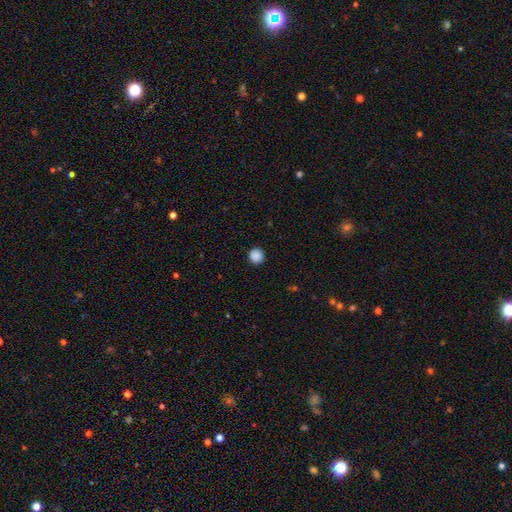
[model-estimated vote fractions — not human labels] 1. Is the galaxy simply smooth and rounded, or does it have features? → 89% smooth, 9% star or artifact, 2% featured or disk.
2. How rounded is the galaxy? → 95% round, 4% in between, 1% cigar-shaped.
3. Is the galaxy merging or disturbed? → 93% none, 4% minor disturbance, 2% major disturbance, 1% merger.